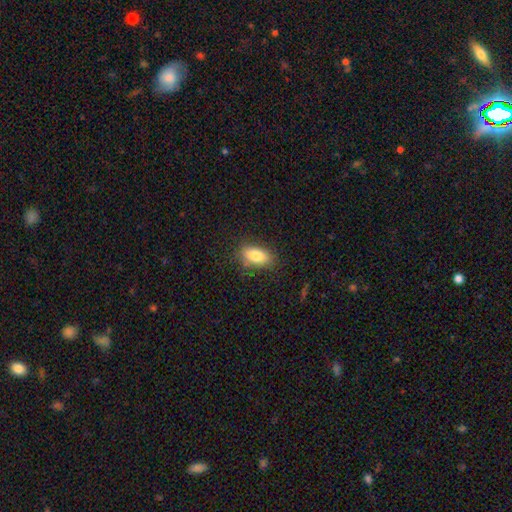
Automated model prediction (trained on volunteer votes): The model was most divided on "merging": none: 82%, minor disturbance: 13%, major disturbance: 4%, merger: 1%. More confident: how rounded — in between (87%); smooth or featured — smooth (82%).